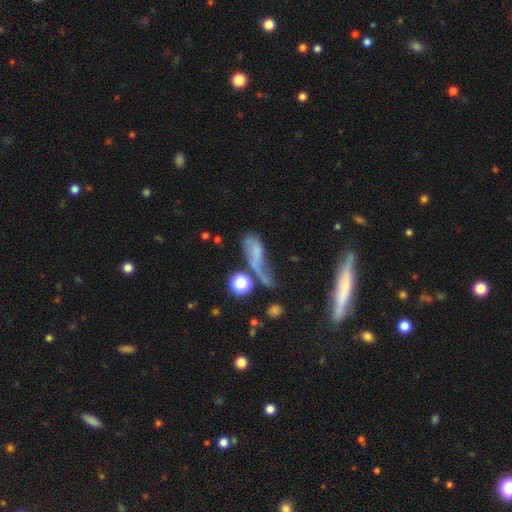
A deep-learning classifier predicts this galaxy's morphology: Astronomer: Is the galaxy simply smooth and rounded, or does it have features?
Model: featured or disk — 44% (runner-up: smooth, 40%).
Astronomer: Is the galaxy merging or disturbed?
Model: major disturbance — 33% (runner-up: none, 30%).